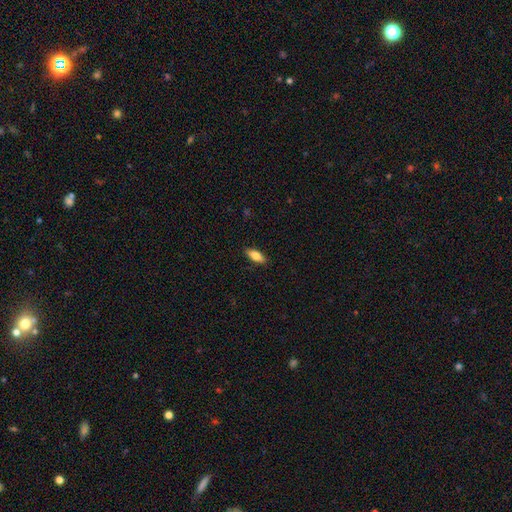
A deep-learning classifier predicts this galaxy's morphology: type=smooth (79%); roundness=in between (75%); merging=none (89%).